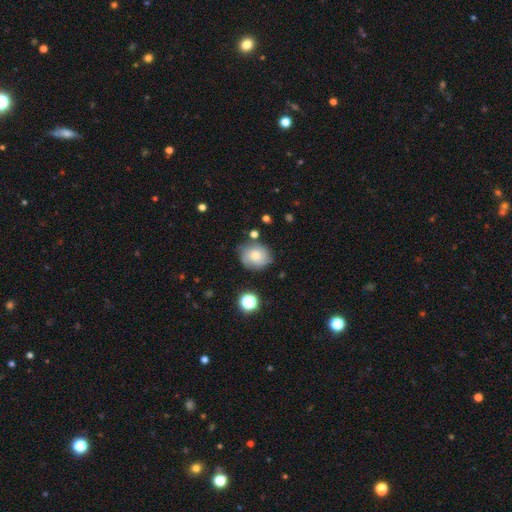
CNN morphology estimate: This is possibly a smooth galaxy (53%). How rounded: likely round (73%). Merging: likely none (69%).